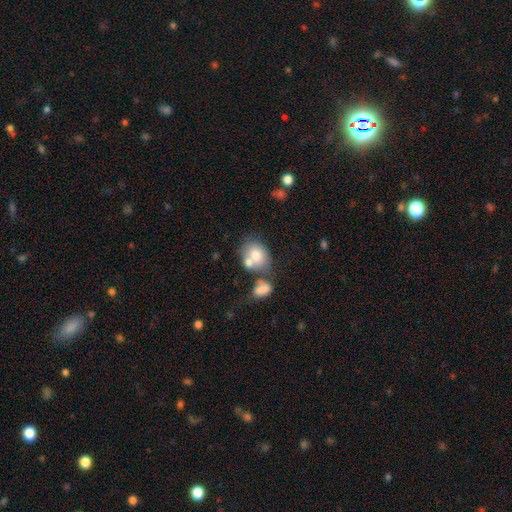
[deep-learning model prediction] The model was most divided on "merging": none: 41%, merger: 40%, minor disturbance: 13%, major disturbance: 6%. More confident: smooth or featured — smooth (71%); how rounded — in between (56%).